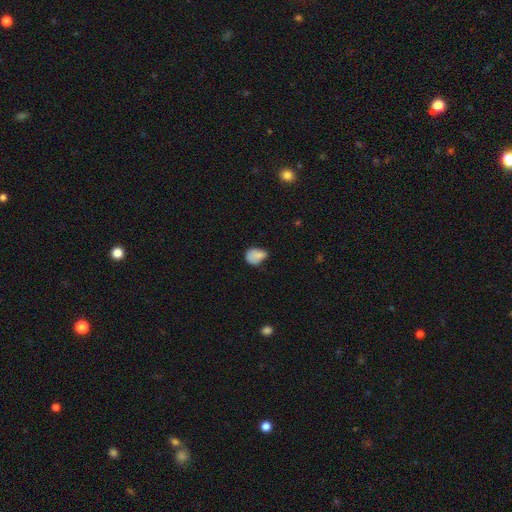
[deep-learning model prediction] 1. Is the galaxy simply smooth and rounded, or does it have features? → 79% smooth, 11% featured or disk, 10% star or artifact.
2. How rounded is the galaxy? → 66% in between, 33% round, 1% cigar-shaped.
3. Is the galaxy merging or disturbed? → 41% minor disturbance, 38% none, 15% major disturbance, 5% merger.